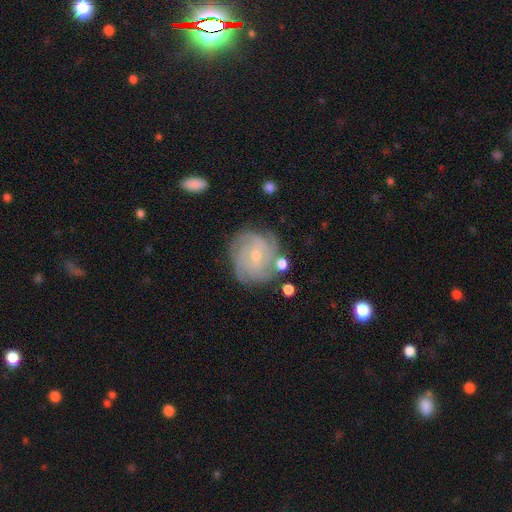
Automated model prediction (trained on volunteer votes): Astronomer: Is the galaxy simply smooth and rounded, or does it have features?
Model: featured or disk — 80%.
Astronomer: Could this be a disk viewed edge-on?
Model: no — 97%.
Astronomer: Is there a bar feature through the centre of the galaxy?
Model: no — 57% (runner-up: weak, 37%).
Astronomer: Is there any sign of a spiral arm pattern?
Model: yes — 94%.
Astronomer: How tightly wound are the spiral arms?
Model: tight — 67%.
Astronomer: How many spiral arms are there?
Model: can't tell — 33% (runner-up: 4, 26%).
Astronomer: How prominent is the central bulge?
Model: small — 69%.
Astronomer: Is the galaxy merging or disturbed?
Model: none — 73%.